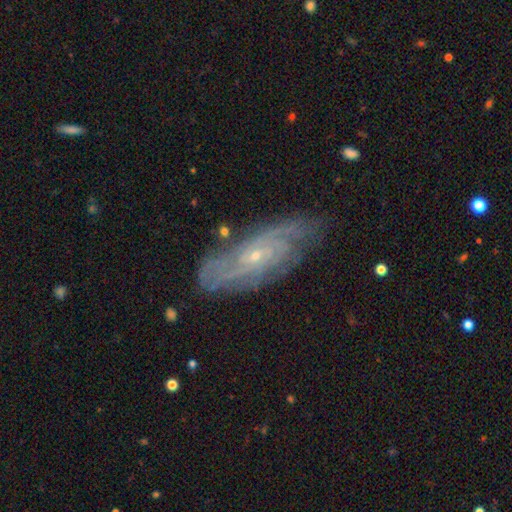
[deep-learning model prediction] Smooth or featured? featured or disk (82%)
Edge-on disk? no (89%)
Bar? no (73%)
Spiral arms? yes (94%)
Spiral winding? tight (63%)
Spiral arm count? can't tell (42%)
Bulge size? small (83%)
Merging? none (75%)